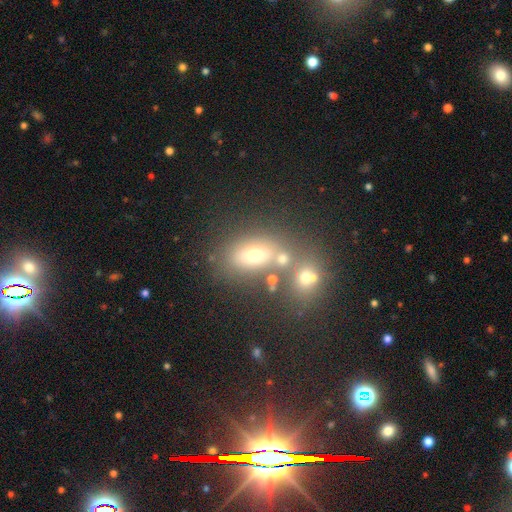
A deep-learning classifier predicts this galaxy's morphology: Q: Smooth or featured?
A: smooth (61%); runner-up: featured or disk (21%)
Q: How rounded?
A: in between (70%); runner-up: round (25%)
Q: Merging?
A: none (48%); runner-up: merger (35%)